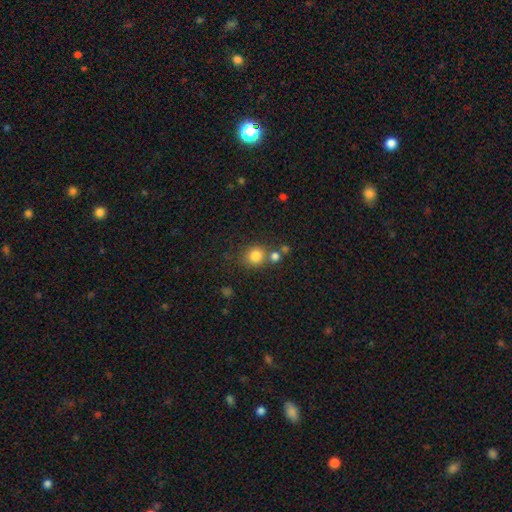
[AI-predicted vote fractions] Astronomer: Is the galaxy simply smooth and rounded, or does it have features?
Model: smooth — 81%.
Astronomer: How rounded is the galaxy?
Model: round — 86%.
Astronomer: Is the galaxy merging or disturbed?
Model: none — 66%.